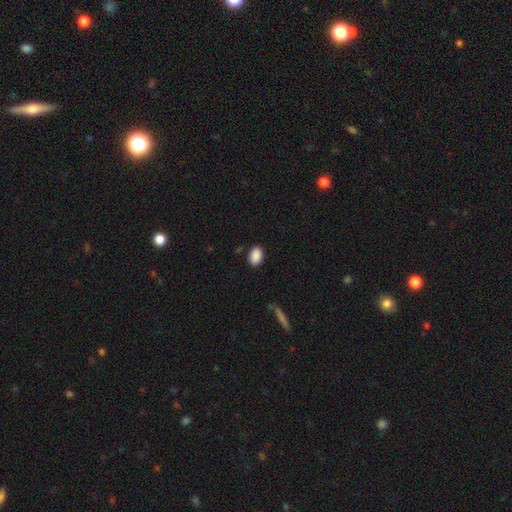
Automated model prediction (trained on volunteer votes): The model was most divided on "merging": none: 87%, minor disturbance: 9%, major disturbance: 2%, merger: 1%. More confident: smooth or featured — smooth (90%); how rounded — in between (89%).